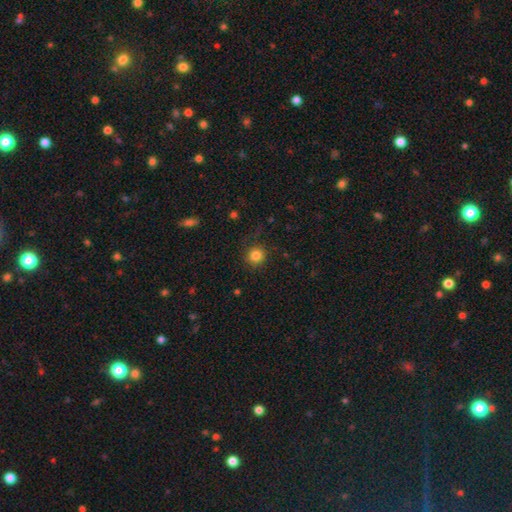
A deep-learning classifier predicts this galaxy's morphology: Overall: smooth (83%). How rounded: round (93%). Merging: none (85%).